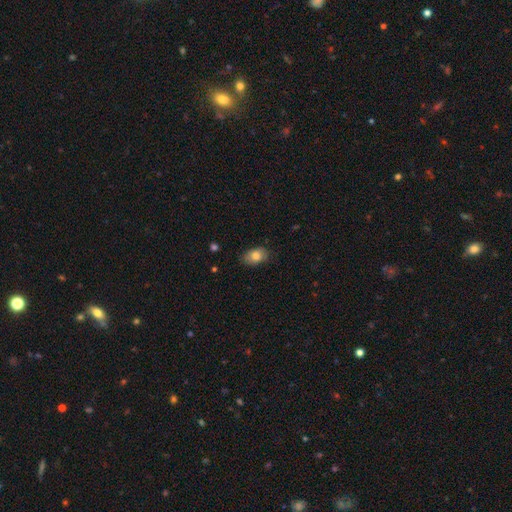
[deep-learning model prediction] Overall: smooth (82%). How rounded: in between (86%). Merging: none (79%).